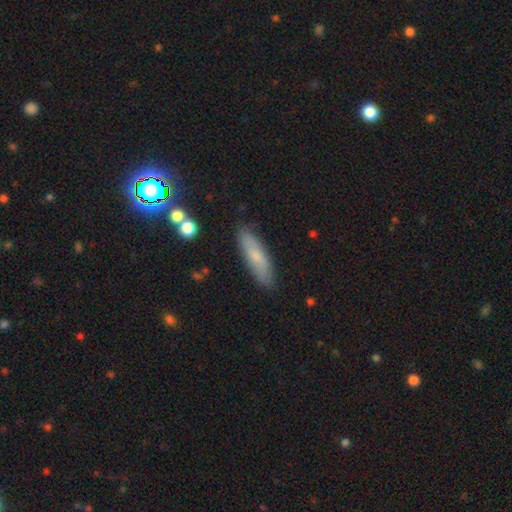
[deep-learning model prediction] Smooth or featured? Predicted: smooth (p=0.70). How rounded? Predicted: cigar-shaped (p=0.63). Merging? Predicted: none (p=0.85).